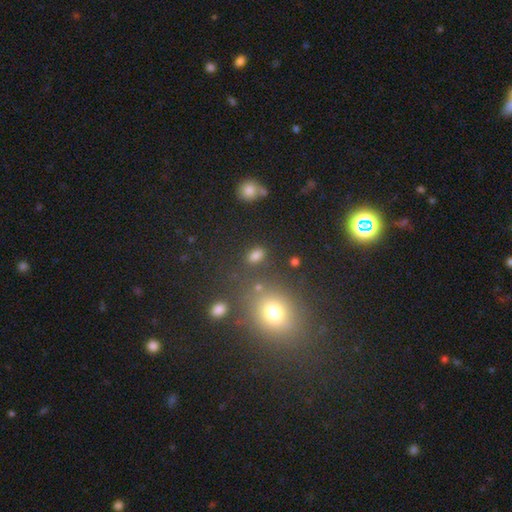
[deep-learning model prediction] This appears to be a smooth galaxy with no disk features (79%) that is in between round and cigar-shaped (79%). Merging: none (76%).